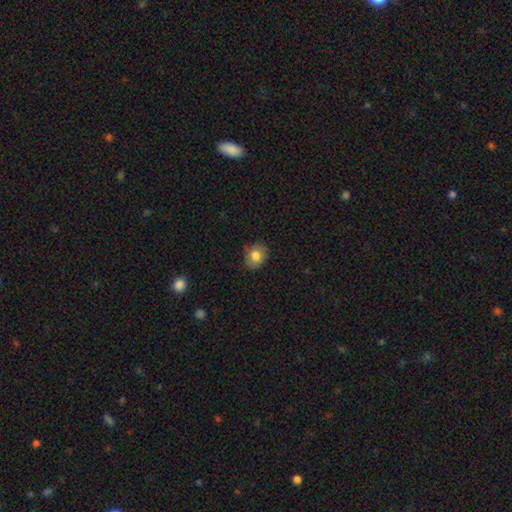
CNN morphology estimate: Smooth or featured? Predicted: smooth (p=0.80). How rounded? Predicted: round (p=0.57). Merging? Predicted: none (p=0.78).